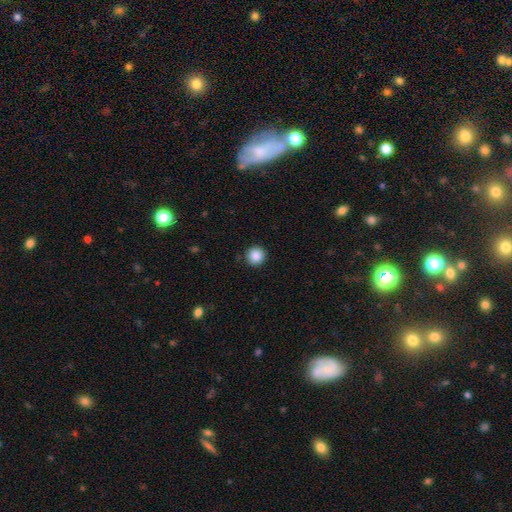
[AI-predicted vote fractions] Overall: smooth (87%). How rounded: round (95%). Merging: none (91%).